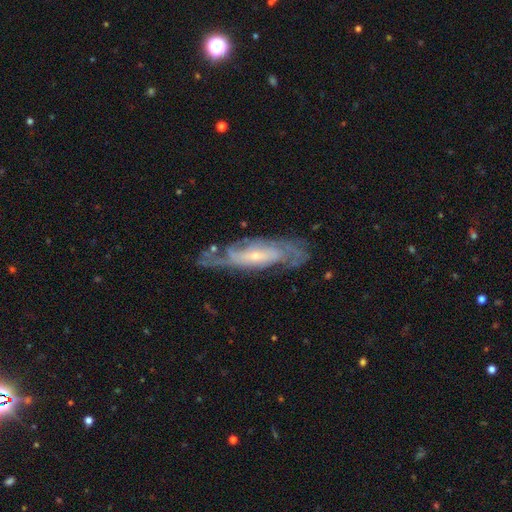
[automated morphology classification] Smooth or featured? featured or disk (82%)
Edge-on disk? no (81%)
Bar? no (56%)
Spiral arms? yes (92%)
Spiral winding? tight (52%)
Spiral arm count? can't tell (41%)
Bulge size? small (73%)
Merging? none (70%)